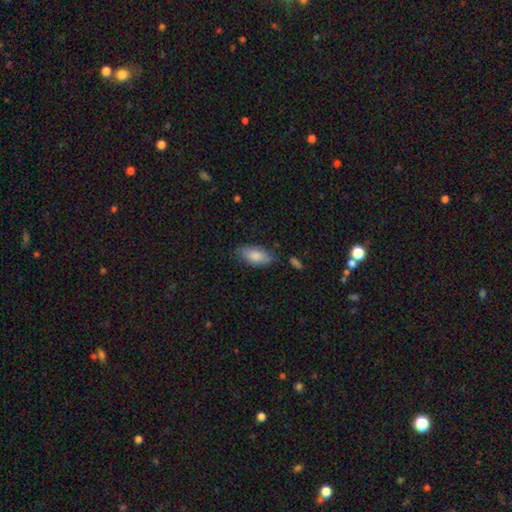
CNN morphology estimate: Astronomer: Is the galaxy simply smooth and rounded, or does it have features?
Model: smooth — 83%.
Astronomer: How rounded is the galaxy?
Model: in between — 90%.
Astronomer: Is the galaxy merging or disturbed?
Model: none — 72%.